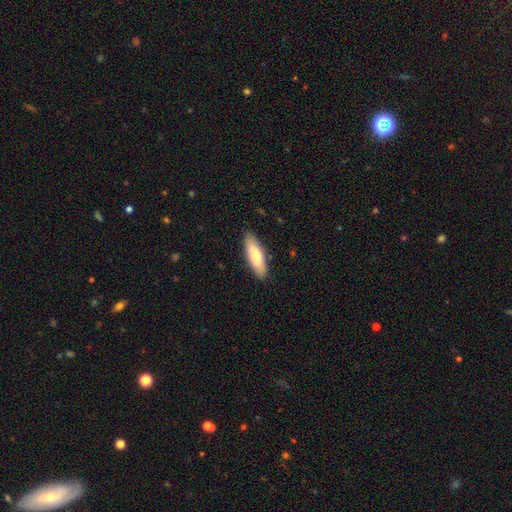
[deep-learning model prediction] A smooth galaxy with no disk features (79%) that is cigar-shaped (51%). Merging: none (87%).